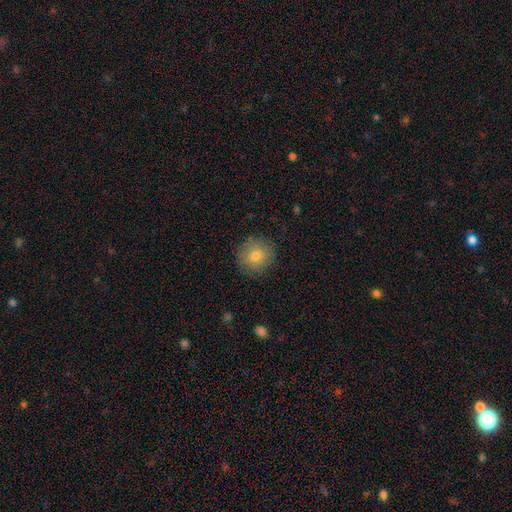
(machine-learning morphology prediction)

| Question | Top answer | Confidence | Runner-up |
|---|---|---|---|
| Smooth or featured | smooth | 75% | featured or disk (15%) |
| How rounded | round | 91% | in between (8%) |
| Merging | none | 86% | minor disturbance (10%) |